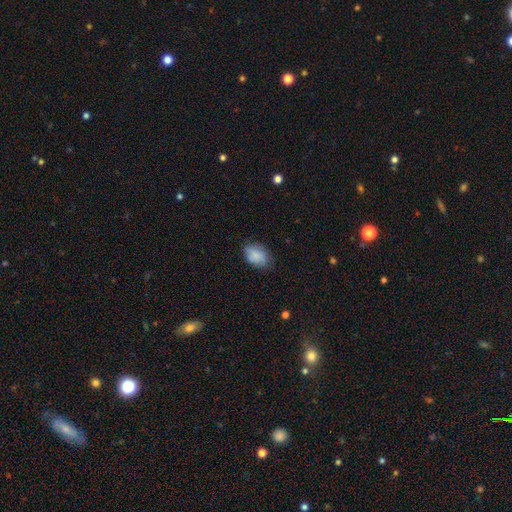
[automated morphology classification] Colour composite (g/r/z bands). It shows a smooth galaxy with no disk features (82%) that is in between round and cigar-shaped (80%). Merging: none (69%).